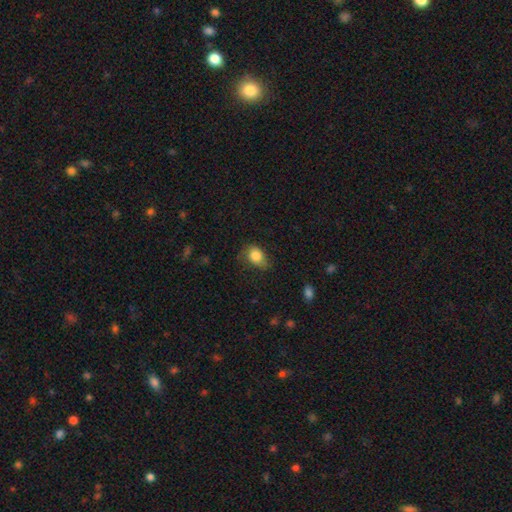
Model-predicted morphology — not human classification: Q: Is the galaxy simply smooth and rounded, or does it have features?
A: smooth — 83%.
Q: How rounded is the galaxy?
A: in between — 66%.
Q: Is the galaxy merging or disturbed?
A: none — 56%.